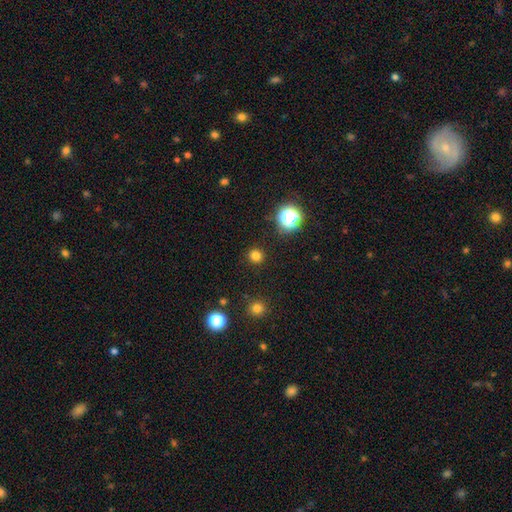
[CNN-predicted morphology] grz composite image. It shows a smooth galaxy with no disk features (78%) that is round (93%). Merging: none (91%).